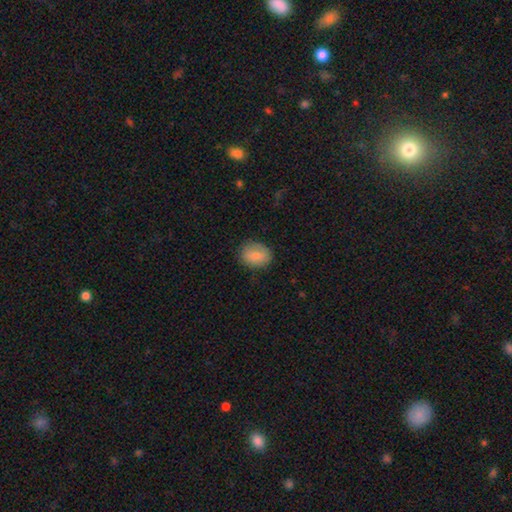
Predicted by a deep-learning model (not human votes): Q: Smooth or featured?
A: smooth (82%); runner-up: featured or disk (10%)
Q: How rounded?
A: in between (53%); runner-up: round (46%)
Q: Merging?
A: none (81%); runner-up: minor disturbance (14%)